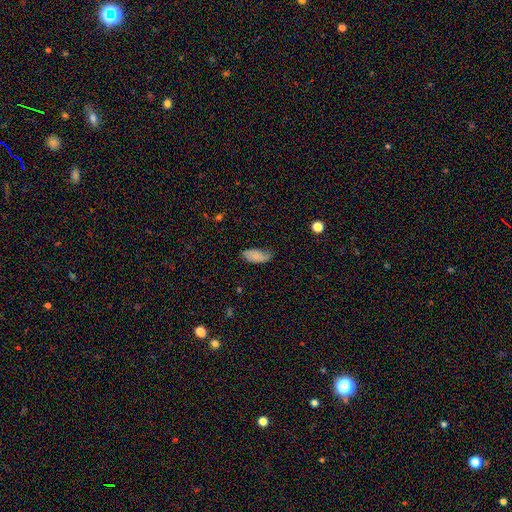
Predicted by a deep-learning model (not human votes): Smooth or featured: smooth — 73% (featured or disk — 19%)
How rounded: in between — 91% (cigar-shaped — 7%)
Merging: none — 61% (minor disturbance — 30%)